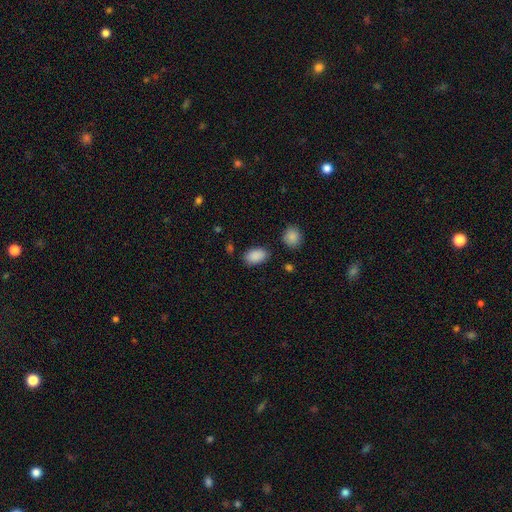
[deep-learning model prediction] This appears to be a smooth galaxy with no disk features (89%) that is in between round and cigar-shaped (91%). Merging: none (81%).